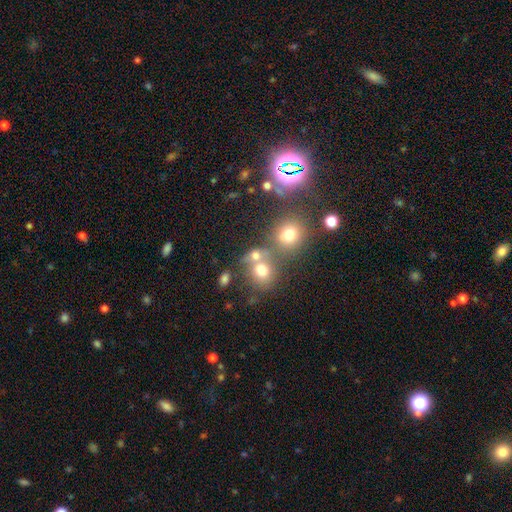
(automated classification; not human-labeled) Smooth or featured?
  - smooth: 71% *
  - star or artifact: 18%
  - featured or disk: 12%
How rounded?
  - round: 74% *
  - in between: 25%
  - cigar-shaped: 2%
Merging?
  - none: 48% *
  - merger: 37%
  - minor disturbance: 10%
  - major disturbance: 6%